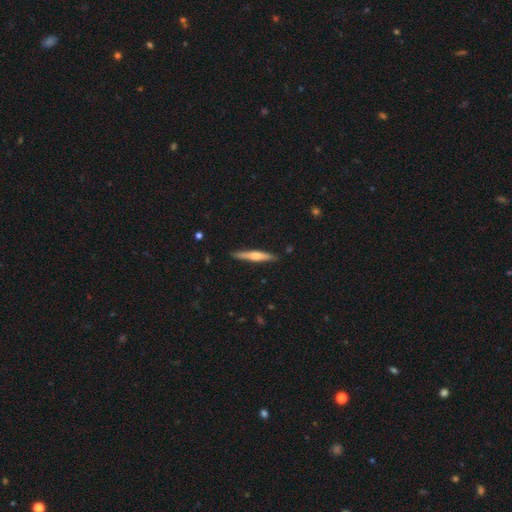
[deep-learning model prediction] A featured or disk galaxy (53%) viewed edge-on (97%) with a rounded central bulge (73%).

Vote fractions:
- Smooth or featured? featured or disk: 53% / smooth: 42% / star or artifact: 6%
- Edge-on disk? yes: 97% / no: 3%
- Edge-on bulge? rounded: 73% / boxy: 15% / none: 12%
- Merging? none: 88% / minor disturbance: 9% / major disturbance: 2% / merger: 1%